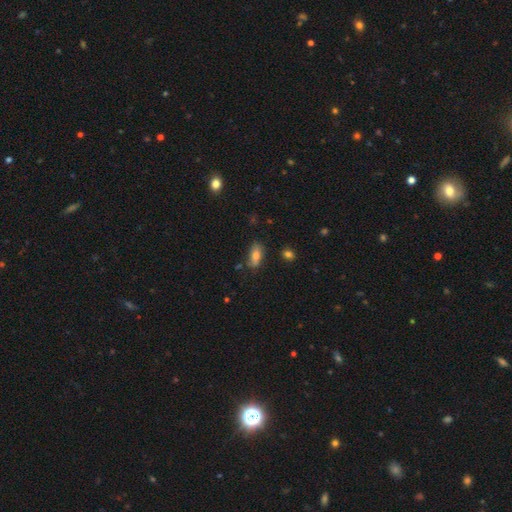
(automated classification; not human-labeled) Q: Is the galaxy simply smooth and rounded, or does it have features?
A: smooth — 75%.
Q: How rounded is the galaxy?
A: in between — 83%.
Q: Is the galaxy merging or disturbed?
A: none — 75%.